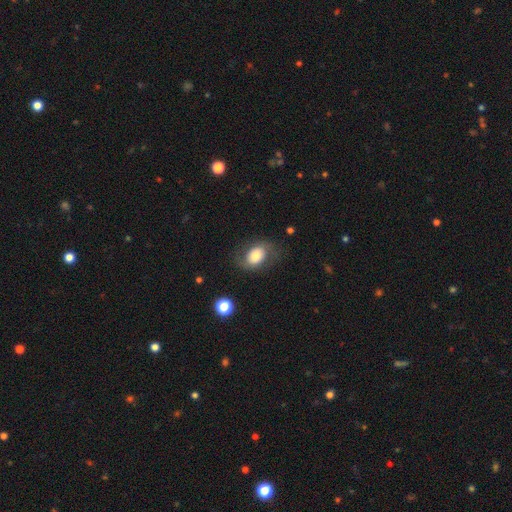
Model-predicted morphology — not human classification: This appears to be a smooth galaxy with no disk features (62%) that is in between round and cigar-shaped (73%). Merging: none (68%).